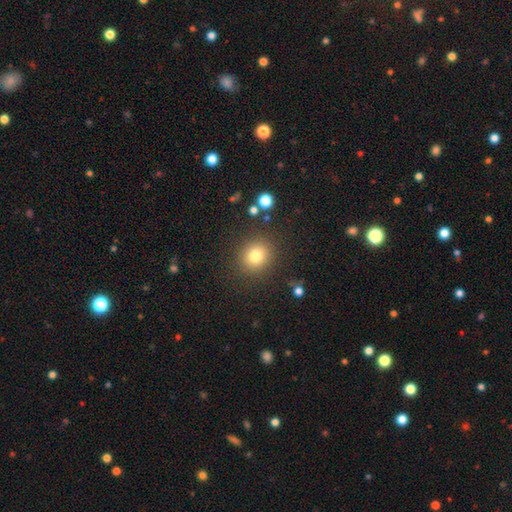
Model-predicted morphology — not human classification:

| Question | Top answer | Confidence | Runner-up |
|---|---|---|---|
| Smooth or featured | smooth | 79% | star or artifact (13%) |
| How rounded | round | 82% | in between (18%) |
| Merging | none | 87% | minor disturbance (8%) |